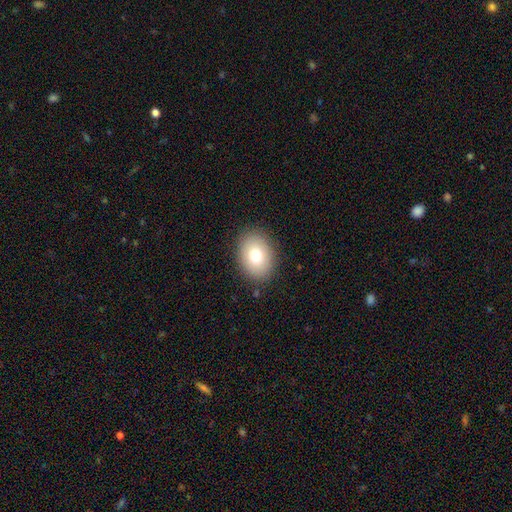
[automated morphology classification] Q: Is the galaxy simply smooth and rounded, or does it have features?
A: smooth — 77%.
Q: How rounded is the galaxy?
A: in between — 67%.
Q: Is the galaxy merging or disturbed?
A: none — 88%.